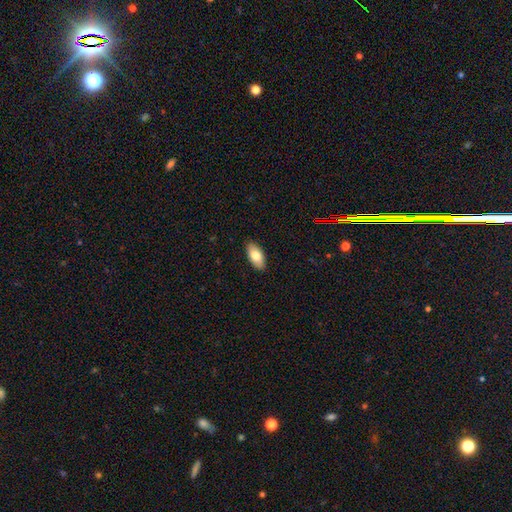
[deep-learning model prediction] Smooth or featured?
  - smooth: 80% *
  - featured or disk: 14%
  - star or artifact: 6%
How rounded?
  - in between: 92% *
  - cigar-shaped: 5%
  - round: 2%
Merging?
  - none: 90% *
  - minor disturbance: 8%
  - major disturbance: 2%
  - merger: 1%